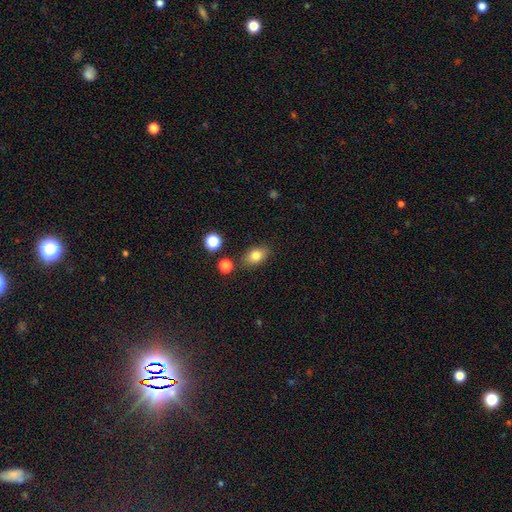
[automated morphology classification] type=smooth (81%); roundness=in between (79%); merging=none (81%).